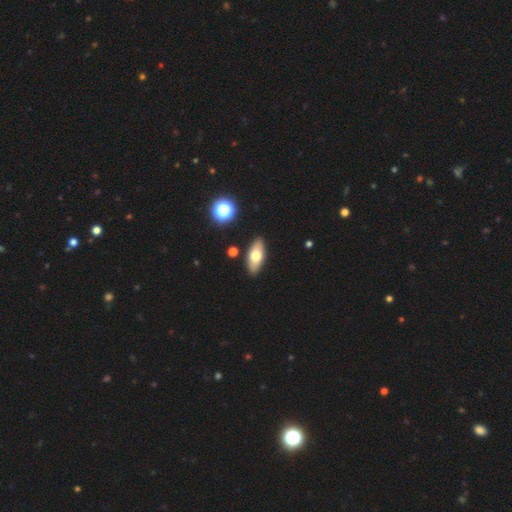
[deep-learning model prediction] Smooth or featured: smooth — 66% (featured or disk — 26%)
How rounded: in between — 80% (cigar-shaped — 16%)
Merging: none — 88% (minor disturbance — 8%)